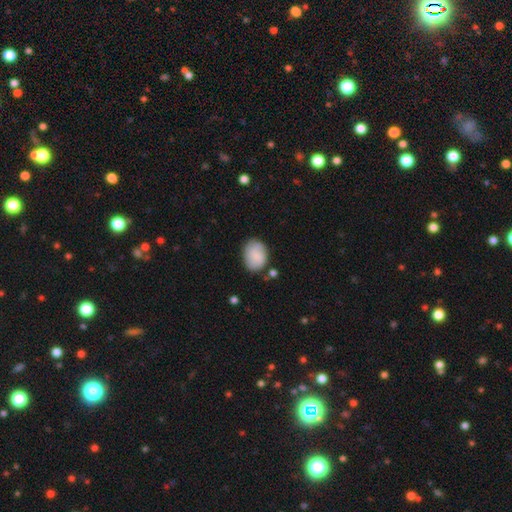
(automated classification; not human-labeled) Smooth or featured: smooth — 72% (featured or disk — 21%)
How rounded: in between — 64% (round — 35%)
Merging: none — 71% (minor disturbance — 20%)